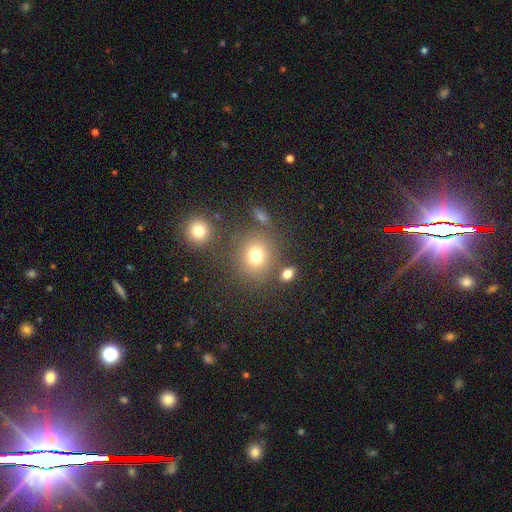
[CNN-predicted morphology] This is likely a smooth galaxy (75%). How rounded: likely round (80%). Merging: likely none (75%).